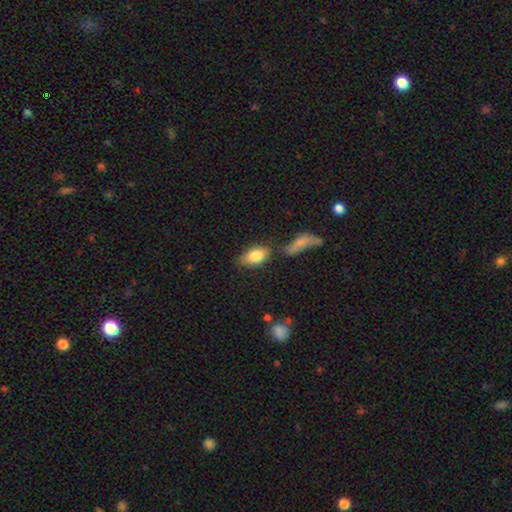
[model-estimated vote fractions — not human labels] Morphology: type=smooth (81%); roundness=in between (90%); merging=none (65%).